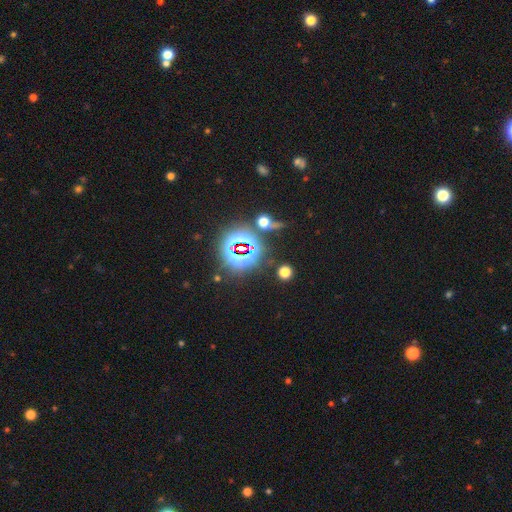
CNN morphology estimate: The model was most divided on "smooth or featured": star or artifact: 82%, smooth: 11%, featured or disk: 7%.